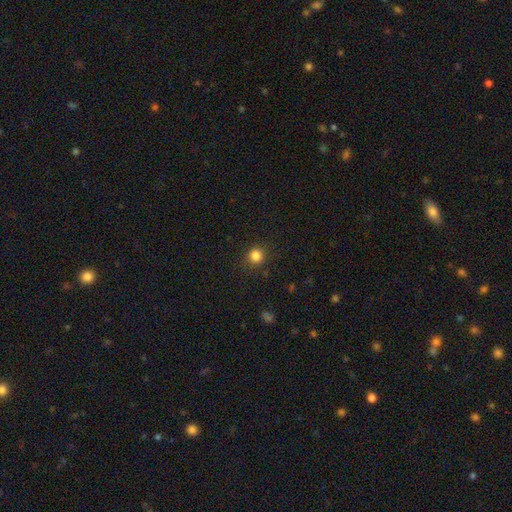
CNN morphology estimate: The model was most divided on "smooth or featured": smooth: 84%, star or artifact: 12%, featured or disk: 4%. More confident: how rounded — round (92%); merging — none (89%).